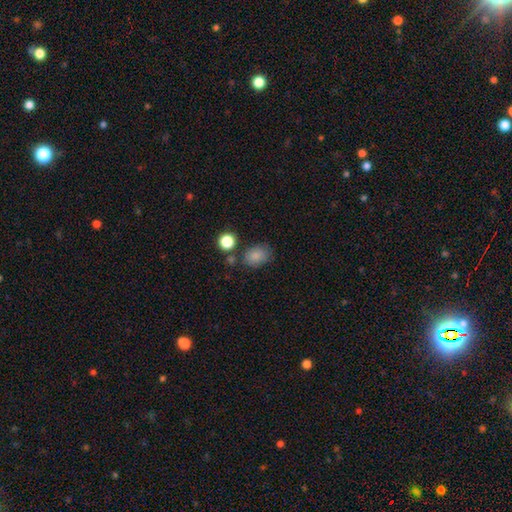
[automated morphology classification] Overall: smooth (84%). How rounded: in between (69%; round 30%). Merging: none (70%).